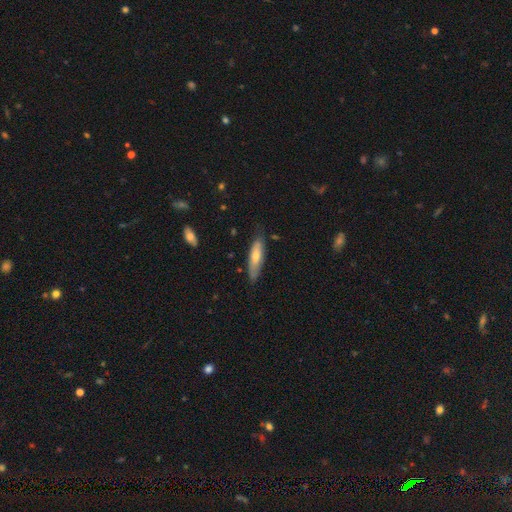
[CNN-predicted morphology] Smooth or featured? Predicted: smooth (p=0.57). How rounded? Predicted: cigar-shaped (p=0.68). Merging? Predicted: none (p=0.76).